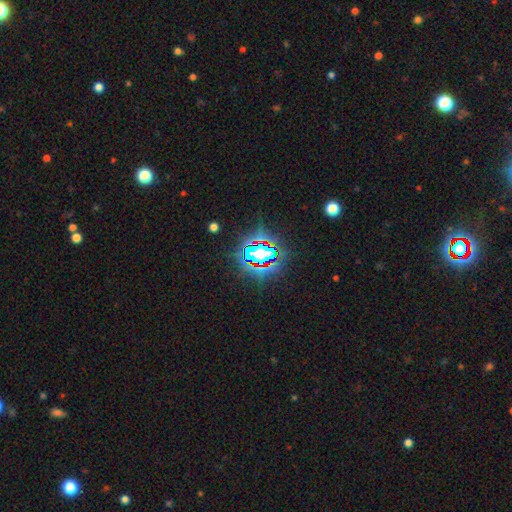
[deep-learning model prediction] smooth_or_featured: star or artifact (p=0.79) [alt: smooth p=0.12]